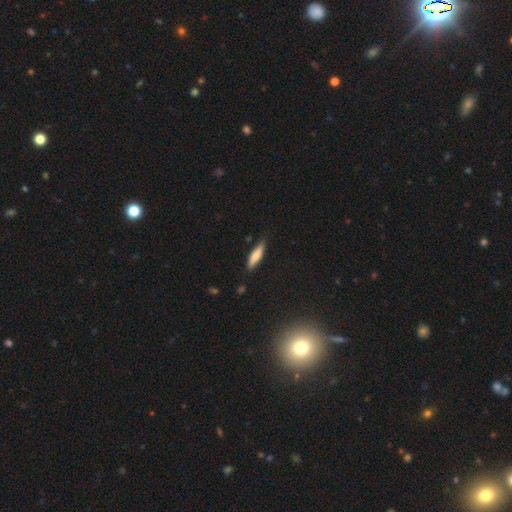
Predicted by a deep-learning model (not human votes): Smooth or featured: smooth — 72% (featured or disk — 22%)
How rounded: cigar-shaped — 71% (in between — 28%)
Merging: none — 81% (minor disturbance — 15%)